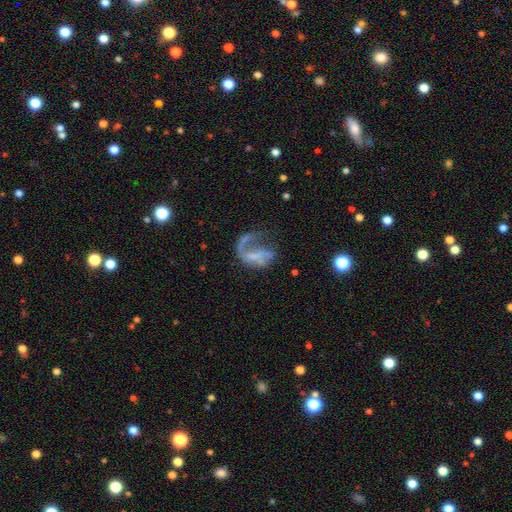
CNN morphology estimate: Overall: featured or disk (66%). Edge-on disk: no (97%). Bar: no (54%; weak 33%). Spiral arms: yes (65%; no 35%). Bulge size: none (57%; small 27%). Merging: major disturbance (53%; none 25%).